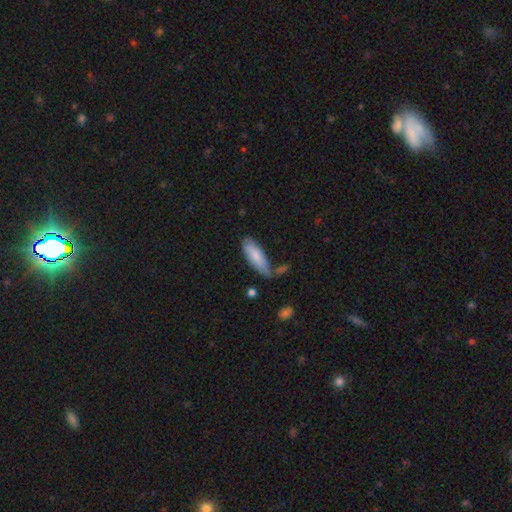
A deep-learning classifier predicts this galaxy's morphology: smooth_or_featured: smooth (p=0.76) [alt: featured or disk p=0.18]
how_rounded: in between (p=0.65) [alt: cigar-shaped p=0.33]
merging: none (p=0.58) [alt: minor disturbance p=0.26]